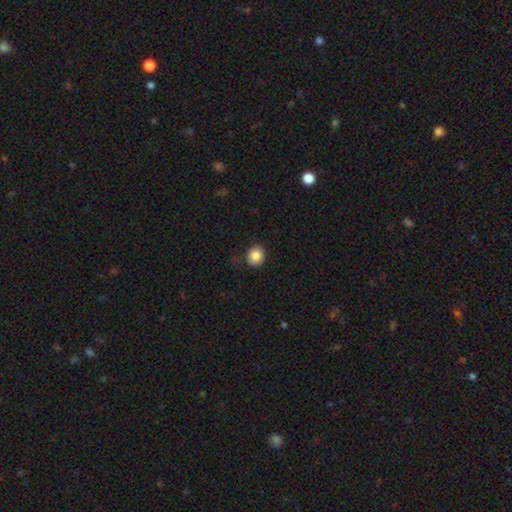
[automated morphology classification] Overall: smooth (83%). How rounded: round (79%). Merging: none (86%).